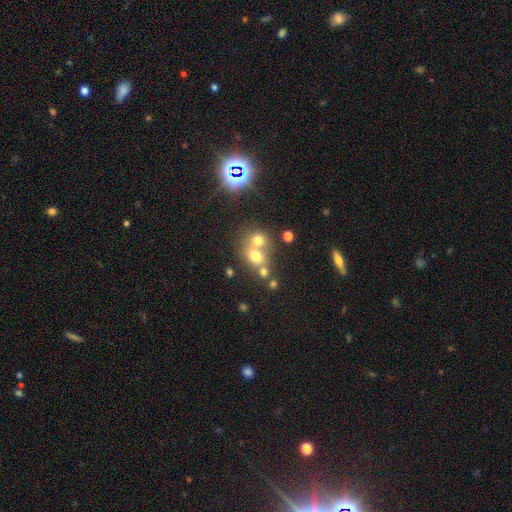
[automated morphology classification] Smooth or featured? smooth (62%)
How rounded? round (71%)
Merging? merger (52%)